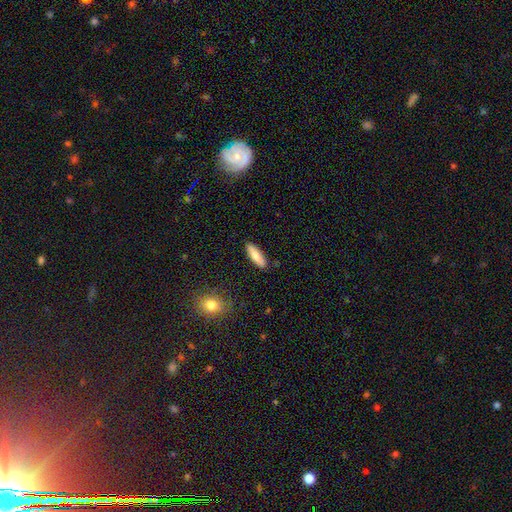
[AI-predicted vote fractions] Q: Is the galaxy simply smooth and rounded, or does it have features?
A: smooth — 73%.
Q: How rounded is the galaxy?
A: cigar-shaped — 51%.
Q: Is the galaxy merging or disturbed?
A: none — 88%.